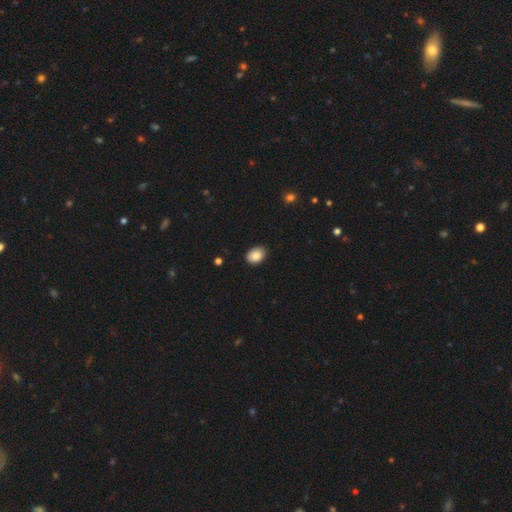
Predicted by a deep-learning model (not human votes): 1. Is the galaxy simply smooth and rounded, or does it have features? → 86% smooth, 8% star or artifact, 6% featured or disk.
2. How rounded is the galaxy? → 73% in between, 26% round, 1% cigar-shaped.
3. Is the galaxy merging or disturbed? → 86% none, 11% minor disturbance, 2% major disturbance, 1% merger.